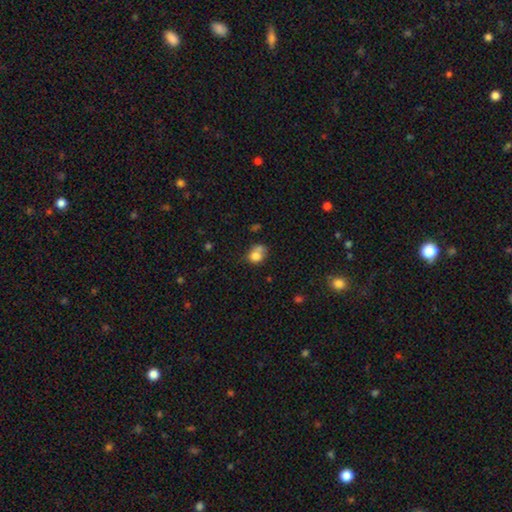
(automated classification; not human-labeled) smooth_or_featured: smooth (p=0.77) [alt: featured or disk p=0.12]
how_rounded: round (p=0.55) [alt: in between p=0.44]
merging: none (p=0.37) [alt: minor disturbance p=0.25]